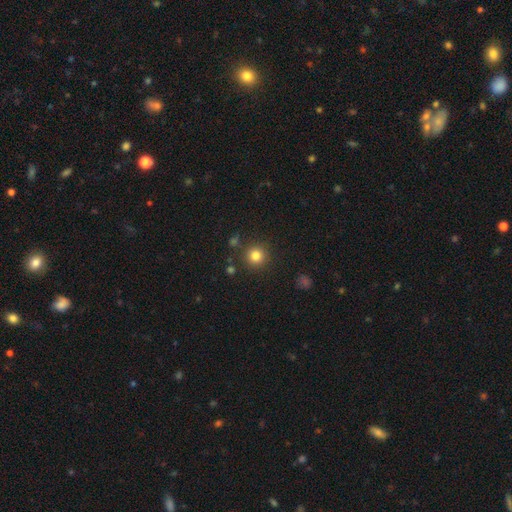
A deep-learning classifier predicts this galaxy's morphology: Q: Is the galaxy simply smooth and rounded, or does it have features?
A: smooth — 82%.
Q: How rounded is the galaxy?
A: round — 95%.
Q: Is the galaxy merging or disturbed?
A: none — 87%.